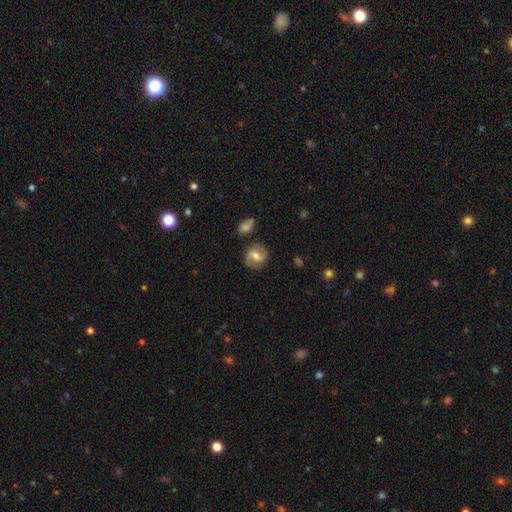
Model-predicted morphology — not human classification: Smooth or featured? featured or disk (61%)
Edge-on disk? no (96%)
Bar? weak (48%)
Spiral arms? yes (84%)
Bulge size? moderate (65%)
Merging? none (78%)